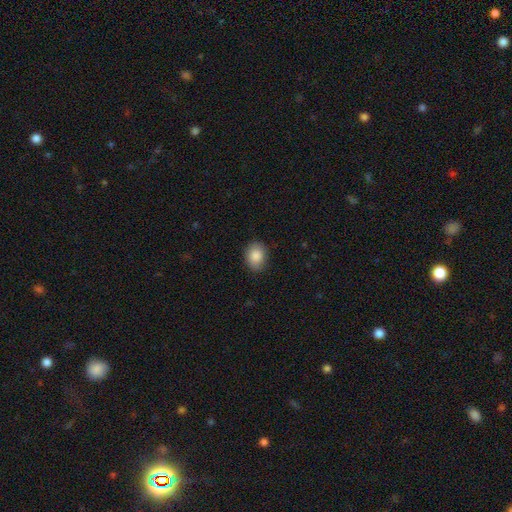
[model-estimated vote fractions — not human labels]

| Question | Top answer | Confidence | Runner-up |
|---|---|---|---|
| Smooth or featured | smooth | 87% | star or artifact (8%) |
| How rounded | in between | 61% | round (38%) |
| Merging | none | 84% | minor disturbance (12%) |